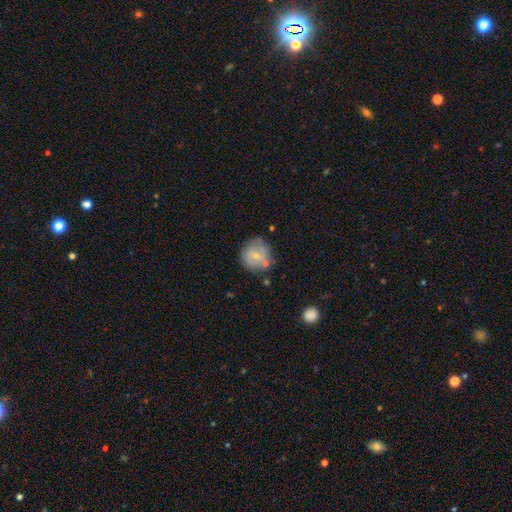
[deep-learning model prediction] This is possibly a smooth galaxy (53%). How rounded: clearly round (89%). Merging: likely none (67%).